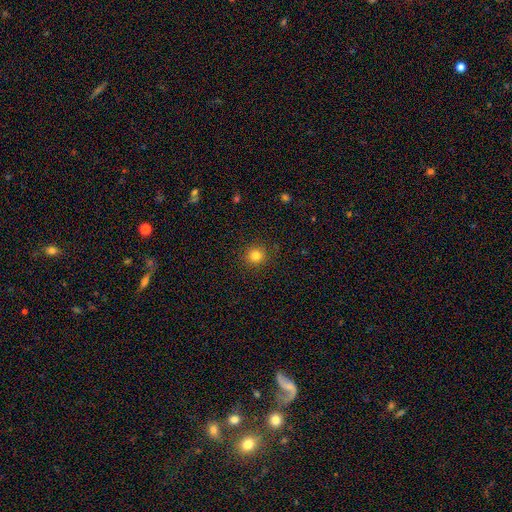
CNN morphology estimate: smooth-or-featured: smooth: 81% | star or artifact: 13% | featured or disk: 6%
  how-rounded: round: 93% | in between: 6% | cigar-shaped: 1%
  merging: none: 91% | minor disturbance: 6% | major disturbance: 2% | merger: 1%